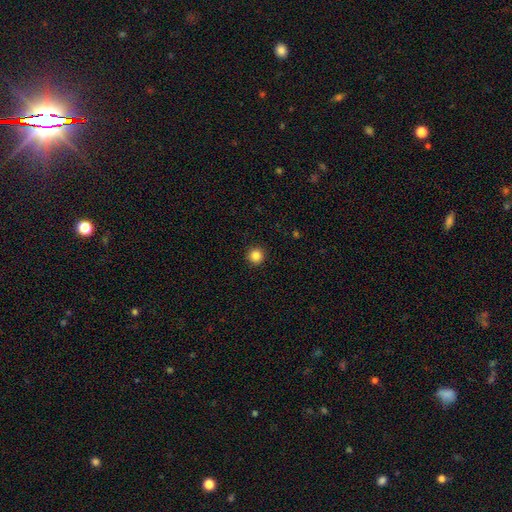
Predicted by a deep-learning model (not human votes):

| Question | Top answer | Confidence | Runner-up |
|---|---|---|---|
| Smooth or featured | smooth | 85% | star or artifact (11%) |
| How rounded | round | 96% | in between (3%) |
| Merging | none | 93% | minor disturbance (4%) |